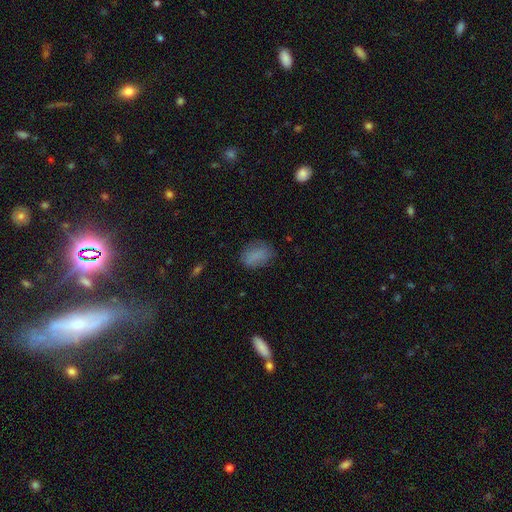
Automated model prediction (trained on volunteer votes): smooth 80%, star or artifact 10%, featured or disk 10%. Down the decision tree: how rounded — in between (82%); merging — none (72%).